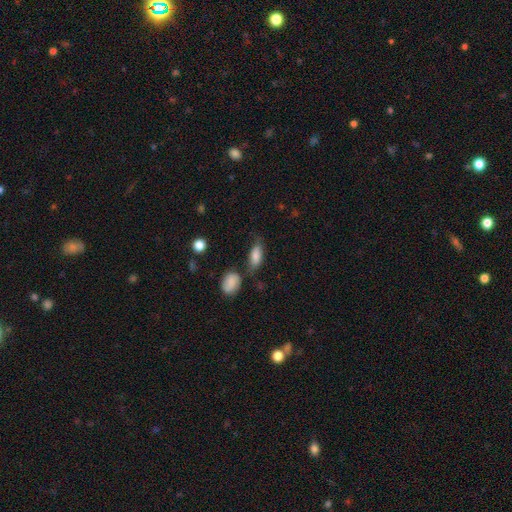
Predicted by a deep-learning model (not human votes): Overall: smooth (80%). How rounded: in between (80%). Merging: none (60%; minor disturbance 23%).